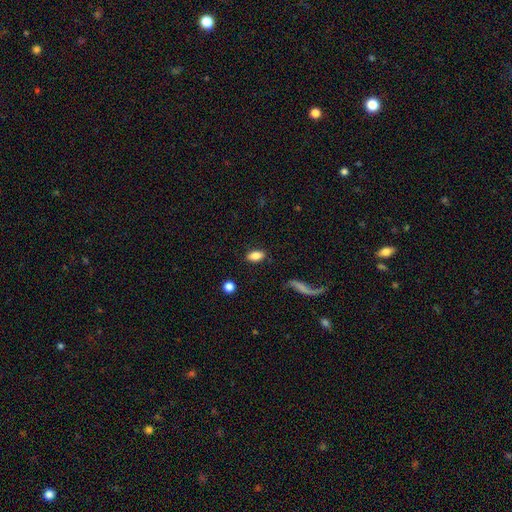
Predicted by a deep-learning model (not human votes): Overall: smooth (81%). How rounded: in between (89%). Merging: none (84%).